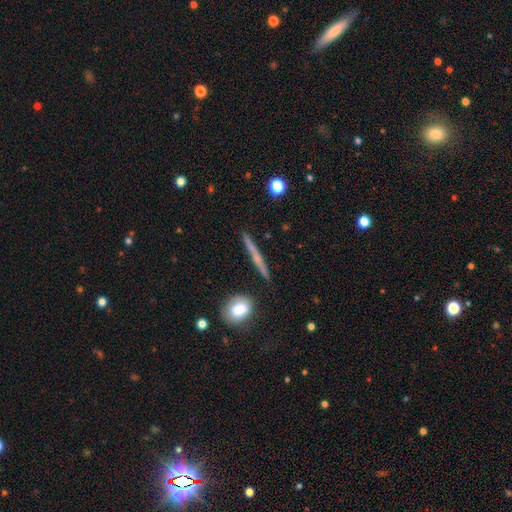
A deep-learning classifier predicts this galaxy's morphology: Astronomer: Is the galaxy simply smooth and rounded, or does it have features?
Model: featured or disk — 53% (runner-up: smooth, 39%).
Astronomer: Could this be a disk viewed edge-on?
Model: yes — 96%.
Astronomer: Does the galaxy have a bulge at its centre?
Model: none — 60%.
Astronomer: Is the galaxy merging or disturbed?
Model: none — 90%.